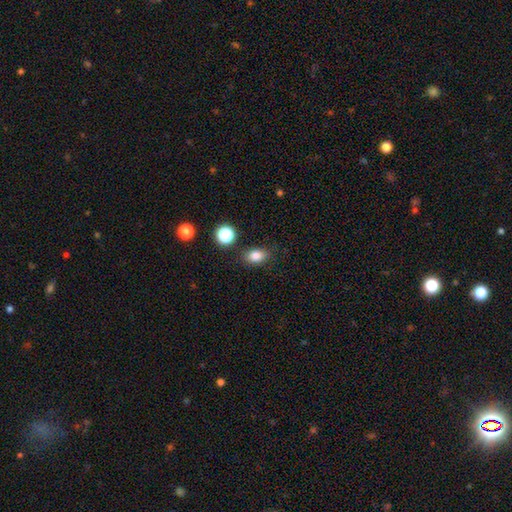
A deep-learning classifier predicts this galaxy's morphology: smooth 83%, star or artifact 11%, featured or disk 6%. Down the decision tree: how rounded — in between (75%); merging — none (82%).